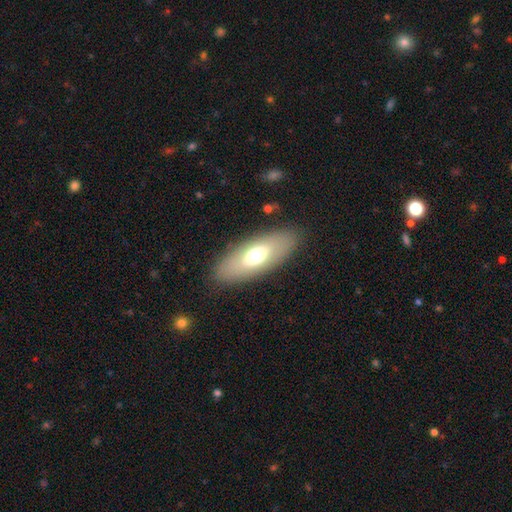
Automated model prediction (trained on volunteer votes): This appears to be a smooth galaxy with no disk features (61%) that is in between round and cigar-shaped (78%). Merging: none (86%).